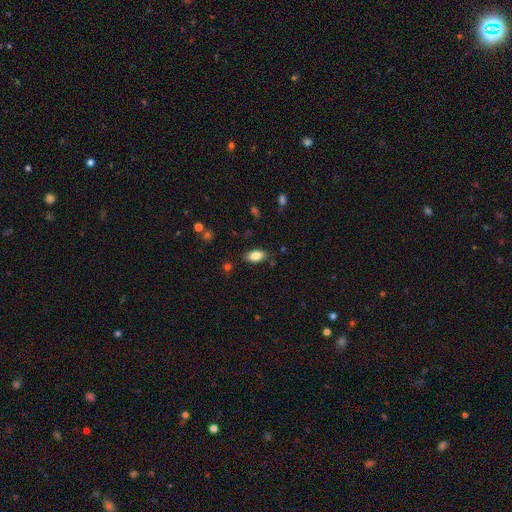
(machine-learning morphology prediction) smooth 82%, featured or disk 10%, star or artifact 8%. Down the decision tree: how rounded — in between (91%); merging — none (81%).